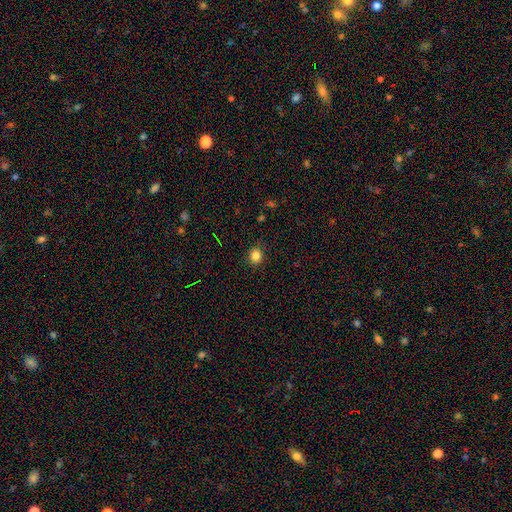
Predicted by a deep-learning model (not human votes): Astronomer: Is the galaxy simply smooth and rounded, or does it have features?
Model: smooth — 84%.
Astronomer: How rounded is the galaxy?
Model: round — 76%.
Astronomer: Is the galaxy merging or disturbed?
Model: none — 89%.